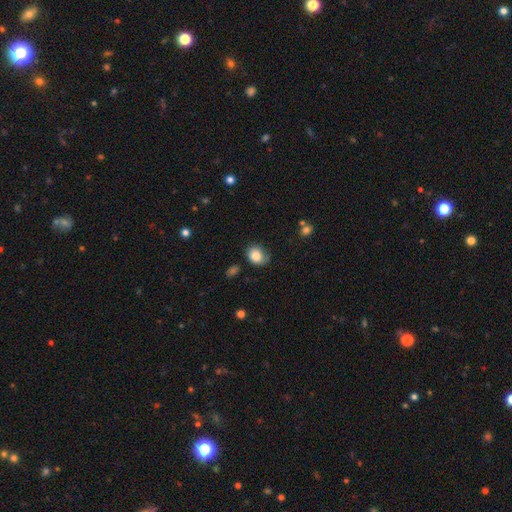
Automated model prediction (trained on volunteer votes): Overall: smooth (81%). How rounded: round (55%; in between 44%). Merging: none (56%; minor disturbance 32%).